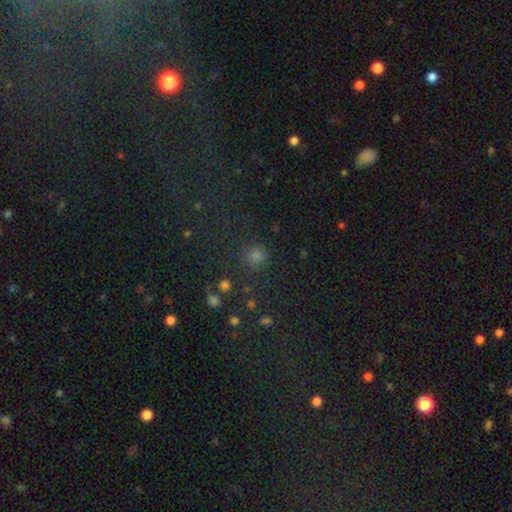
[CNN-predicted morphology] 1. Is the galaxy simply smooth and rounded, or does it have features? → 68% smooth, 27% star or artifact, 5% featured or disk.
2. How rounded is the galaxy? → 92% round, 7% in between, 1% cigar-shaped.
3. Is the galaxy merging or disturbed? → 84% none, 9% minor disturbance, 4% major disturbance, 3% merger.